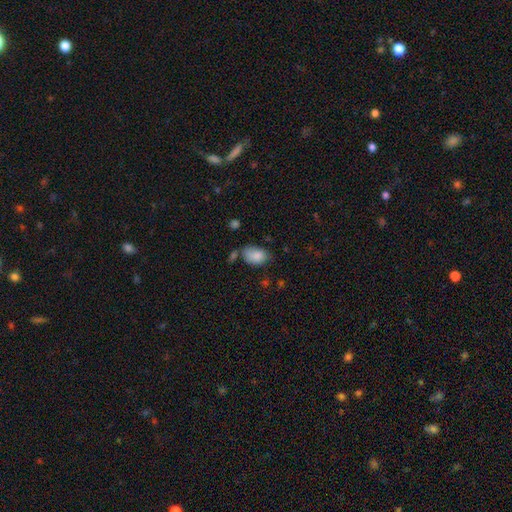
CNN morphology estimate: A smooth galaxy with no disk features (84%) that is in between round and cigar-shaped (86%). Merging: none (52%).